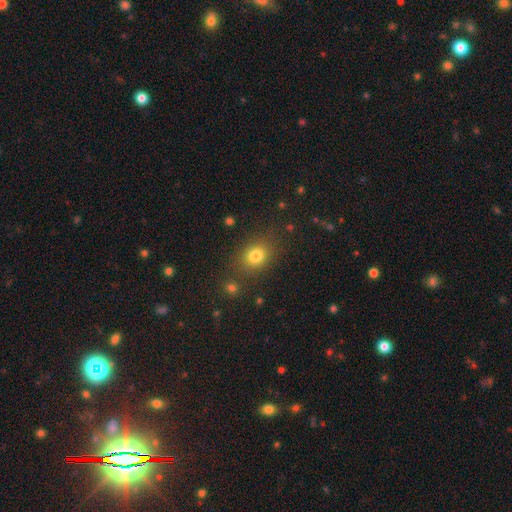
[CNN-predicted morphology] smooth_or_featured: smooth (p=0.79) [alt: star or artifact p=0.13]
how_rounded: round (p=0.53) [alt: in between p=0.46]
merging: none (p=0.80) [alt: minor disturbance p=0.12]